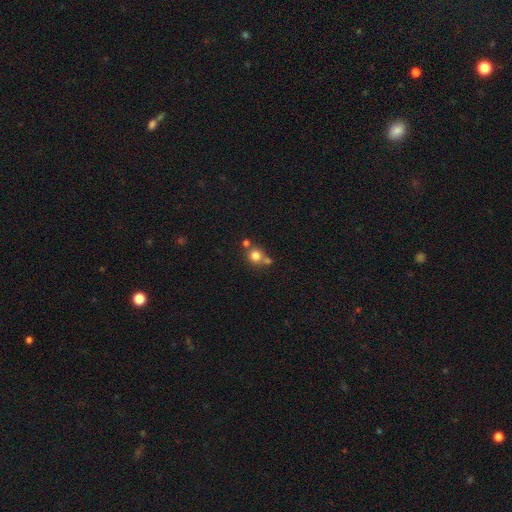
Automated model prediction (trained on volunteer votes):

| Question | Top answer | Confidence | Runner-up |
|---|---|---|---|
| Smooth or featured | smooth | 78% | star or artifact (13%) |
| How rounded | round | 88% | in between (11%) |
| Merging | none | 55% | merger (33%) |